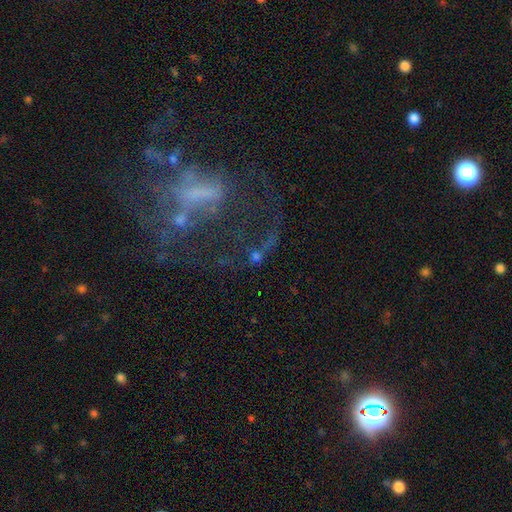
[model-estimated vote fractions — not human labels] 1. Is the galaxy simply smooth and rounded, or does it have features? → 44% featured or disk, 33% star or artifact, 22% smooth.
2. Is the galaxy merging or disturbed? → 40% none, 32% major disturbance, 14% minor disturbance, 14% merger.